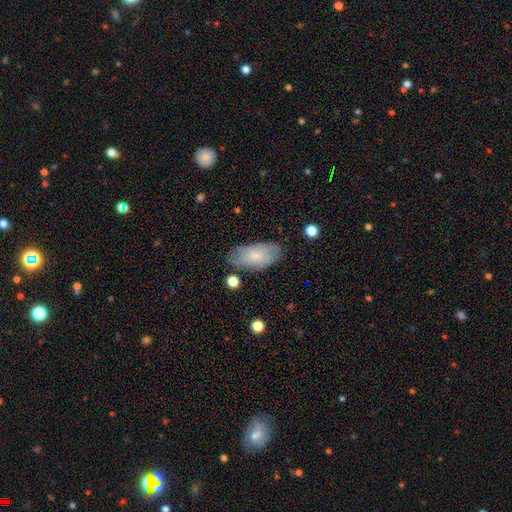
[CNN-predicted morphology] A smooth galaxy with no disk features (71%) that is in between round and cigar-shaped (93%).

Vote fractions:
- Smooth or featured? smooth: 71% / featured or disk: 22% / star or artifact: 7%
- How rounded? in between: 93% / cigar-shaped: 4% / round: 3%
- Merging? none: 70% / minor disturbance: 22% / major disturbance: 6% / merger: 3%